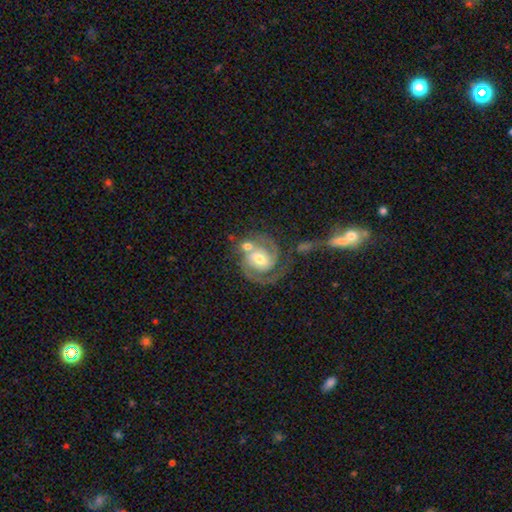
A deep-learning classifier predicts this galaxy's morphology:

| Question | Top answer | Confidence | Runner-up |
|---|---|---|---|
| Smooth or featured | featured or disk | 87% | smooth (7%) |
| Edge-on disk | no | 98% | yes (2%) |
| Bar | no | 46% | weak (39%) |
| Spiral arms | yes | 96% | no (4%) |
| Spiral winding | tight | 58% | medium (34%) |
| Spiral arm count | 2 | 75% | 1 (9%) |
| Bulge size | moderate | 63% | small (29%) |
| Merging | none | 48% | merger (25%) |